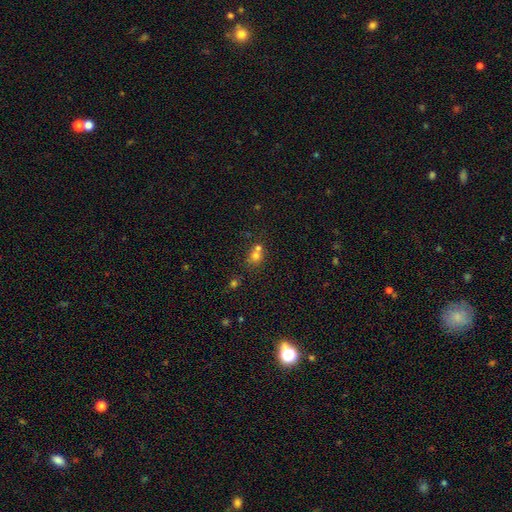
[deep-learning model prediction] Smooth or featured? Predicted: smooth (p=0.69). How rounded? Predicted: round (p=0.78). Merging? Predicted: merger (p=0.50).